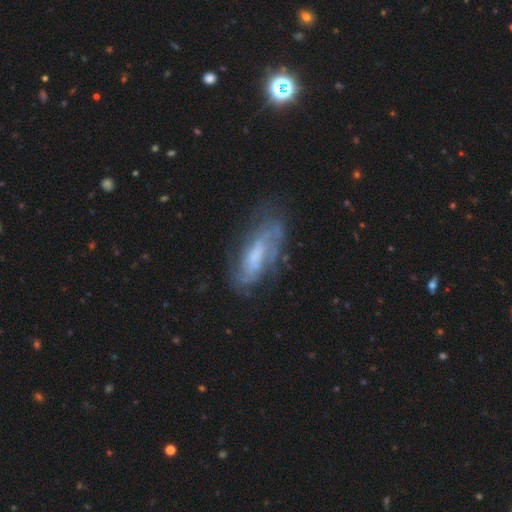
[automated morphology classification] Q: Smooth or featured?
A: featured or disk (70%); runner-up: smooth (22%)
Q: Edge-on disk?
A: no (86%); runner-up: yes (14%)
Q: Bar?
A: no (46%); runner-up: weak (40%)
Q: Spiral arms?
A: yes (79%); runner-up: no (21%)
Q: Bulge size?
A: moderate (32%); runner-up: small (30%)
Q: Merging?
A: none (64%); runner-up: minor disturbance (22%)